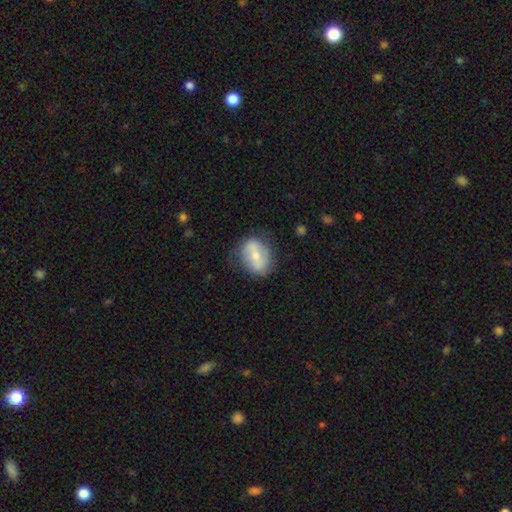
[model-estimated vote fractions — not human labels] smooth_or_featured: featured or disk (p=0.49) [alt: smooth p=0.44]
merging: none (p=0.67) [alt: minor disturbance p=0.23]